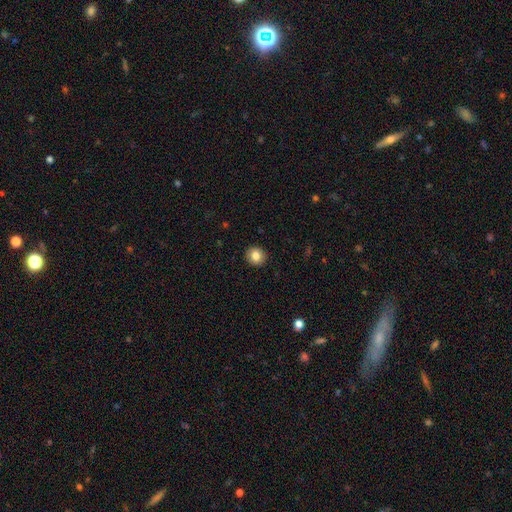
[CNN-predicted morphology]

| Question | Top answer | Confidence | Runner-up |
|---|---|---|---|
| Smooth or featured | smooth | 83% | star or artifact (9%) |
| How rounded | round | 87% | in between (12%) |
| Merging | none | 92% | minor disturbance (6%) |